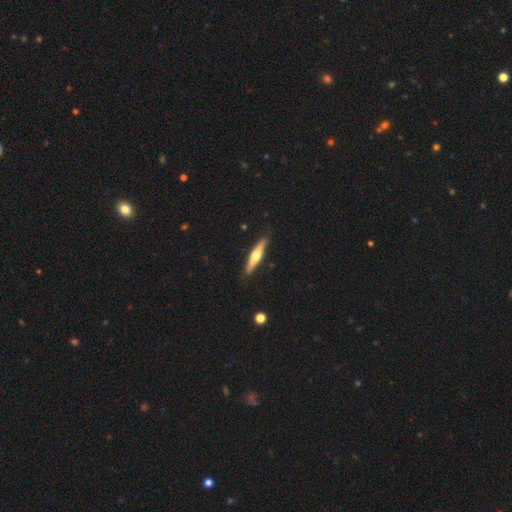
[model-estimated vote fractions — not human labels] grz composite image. It shows a featured or disk galaxy (56%) viewed edge-on (94%) with a rounded central bulge (91%). Merging: none (88%).